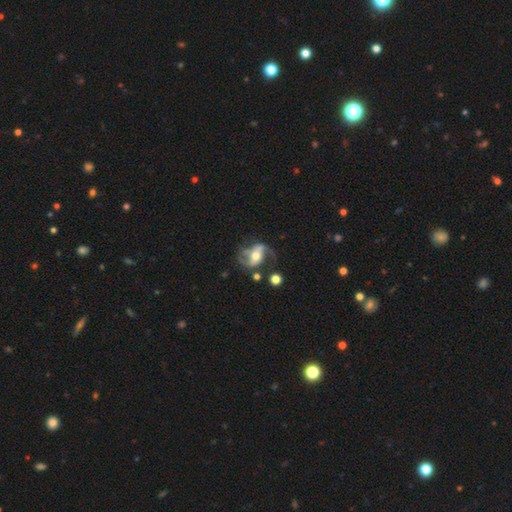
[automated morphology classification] A featured or disk galaxy (81%) with a strong bar (36%), 2 (87%) loose (50%) spiral arms (89%) and a moderate central bulge (68%).

Vote fractions:
- Smooth or featured? featured or disk: 81% / smooth: 13% / star or artifact: 6%
- Edge-on disk? no: 96% / yes: 4%
- Bar? strong: 36% / no: 33% / weak: 31%
- Spiral arms? yes: 89% / no: 11%
- Spiral winding? loose: 50% / medium: 39% / tight: 11%
- Spiral arm count? 2: 87% / 1: 5% / can't tell: 5% / 3: 2% / 4: 1% / more than 4: 1%
- Bulge size? moderate: 68% / small: 20% / large: 9% / none: 2% / dominant: 1%
- Merging? none: 55% / minor disturbance: 20% / major disturbance: 18% / merger: 6%